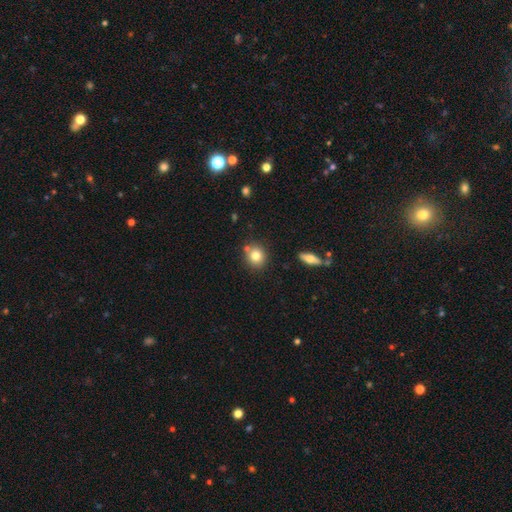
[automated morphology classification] Overall: smooth (79%). How rounded: round (82%). Merging: none (75%).